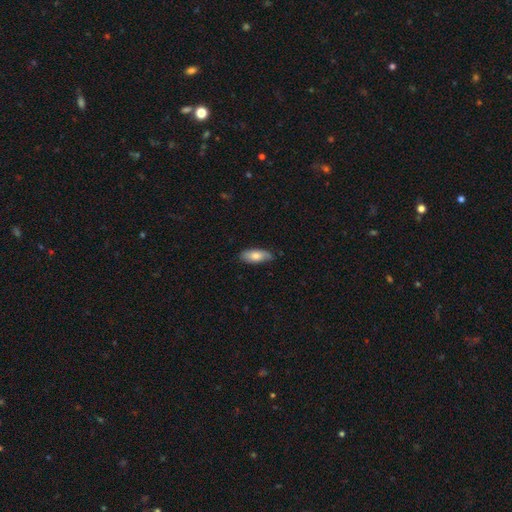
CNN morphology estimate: A smooth galaxy with no disk features (77%) that is in between round and cigar-shaped (82%).

Vote fractions:
- Smooth or featured? smooth: 77% / featured or disk: 18% / star or artifact: 6%
- How rounded? in between: 82% / cigar-shaped: 16% / round: 2%
- Merging? none: 78% / minor disturbance: 18% / major disturbance: 2% / merger: 1%